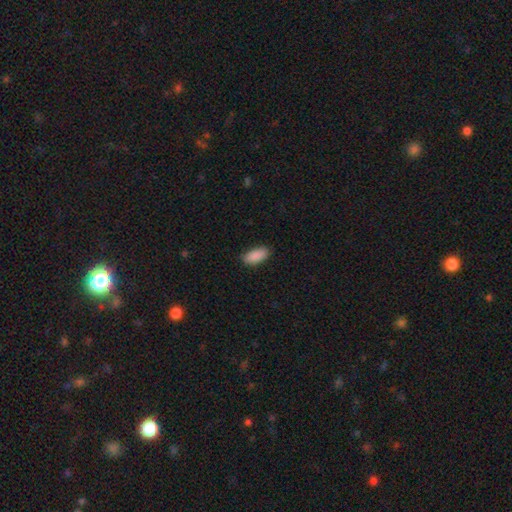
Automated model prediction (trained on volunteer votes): Smooth or featured? smooth (90%)
How rounded? in between (91%)
Merging? none (86%)